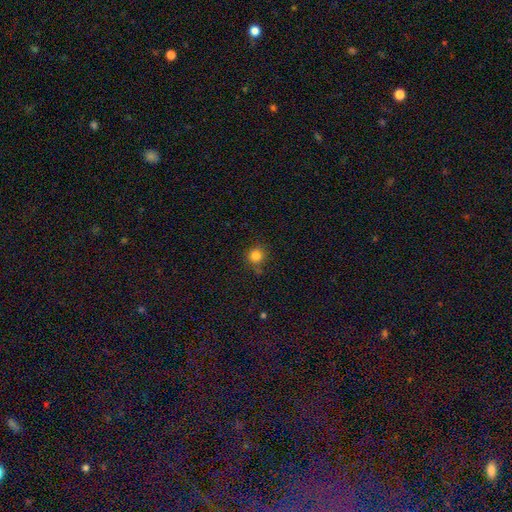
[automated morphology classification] This appears to be a smooth galaxy with no disk features (83%) that is round (90%). Merging: none (78%).